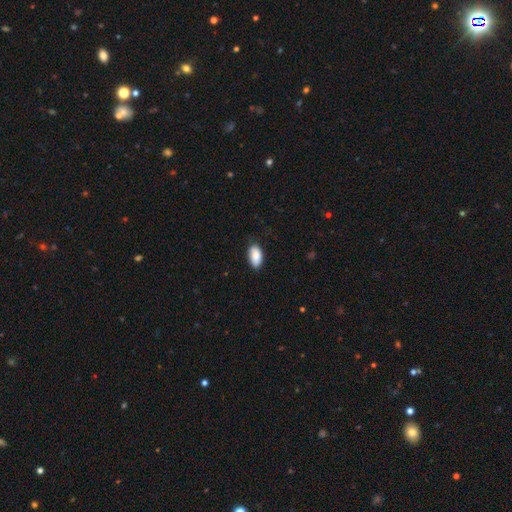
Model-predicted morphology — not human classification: smooth-or-featured: smooth: 86% | featured or disk: 7% | star or artifact: 6%
  how-rounded: in between: 93% | cigar-shaped: 3% | round: 3%
  merging: none: 79% | minor disturbance: 18% | major disturbance: 3% | merger: 1%